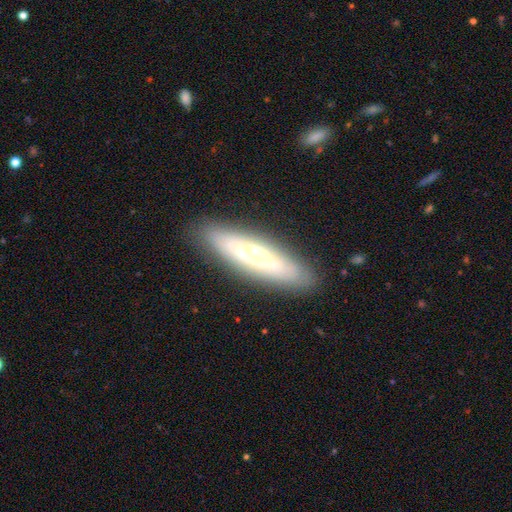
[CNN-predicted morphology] A featured or disk galaxy (54%) viewed edge-on (61%).

Vote fractions:
- Smooth or featured? featured or disk: 54% / smooth: 39% / star or artifact: 8%
- Edge-on disk? yes: 61% / no: 39%
- Merging? none: 84% / minor disturbance: 11% / major disturbance: 3% / merger: 2%